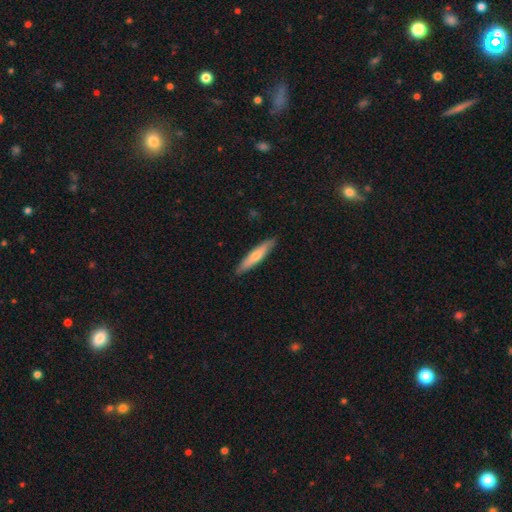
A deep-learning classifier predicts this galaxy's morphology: smooth 59%, featured or disk 35%, star or artifact 5%. Down the decision tree: how rounded — cigar-shaped (89%); merging — none (90%).